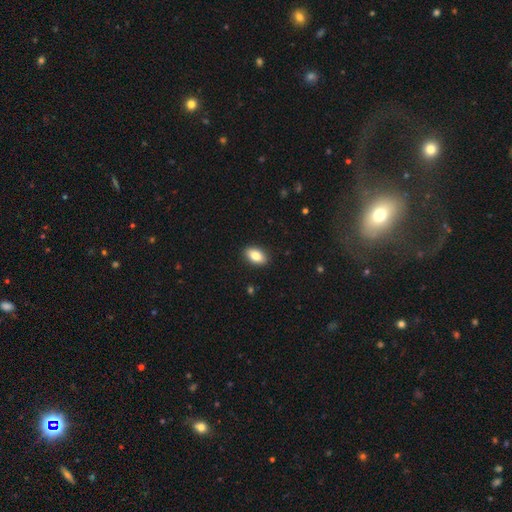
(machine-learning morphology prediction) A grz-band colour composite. It shows a smooth galaxy with no disk features (83%) that is in between round and cigar-shaped (91%). Merging: none (90%).